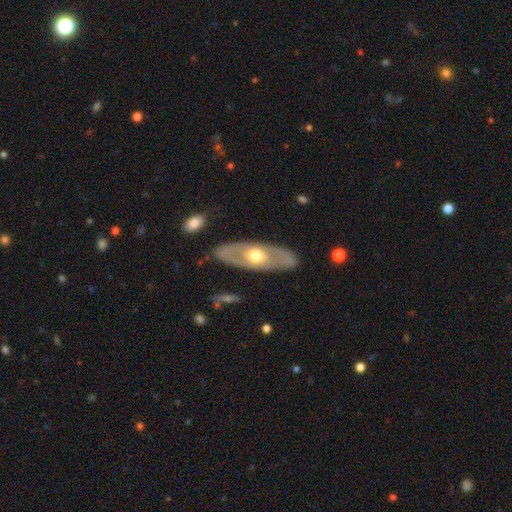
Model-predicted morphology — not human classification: smooth-or-featured: featured or disk: 65% | smooth: 30% | star or artifact: 4%
  disk-edge-on: no: 75% | yes: 25%
  merging: none: 85% | minor disturbance: 10% | major disturbance: 3% | merger: 1%